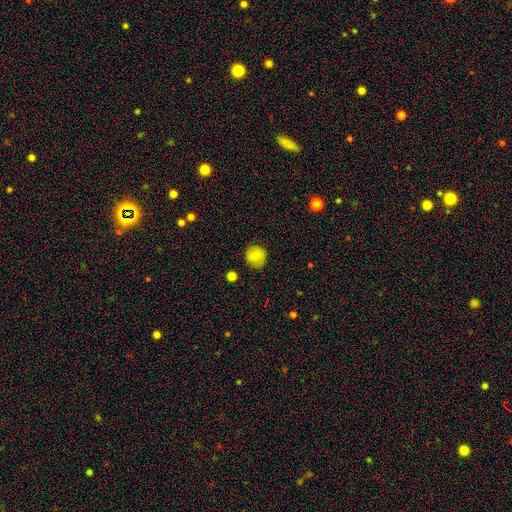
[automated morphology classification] A smooth galaxy with no disk features (81%) that is round (87%).

Vote fractions:
- Smooth or featured? smooth: 81% / featured or disk: 11% / star or artifact: 8%
- How rounded? round: 87% / in between: 12% / cigar-shaped: 1%
- Merging? none: 85% / minor disturbance: 11% / major disturbance: 3% / merger: 1%